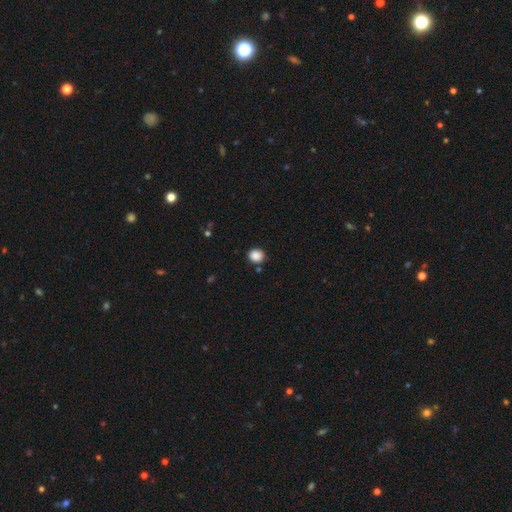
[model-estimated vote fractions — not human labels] Morphology: type=smooth (87%); roundness=round (82%); merging=none (85%).